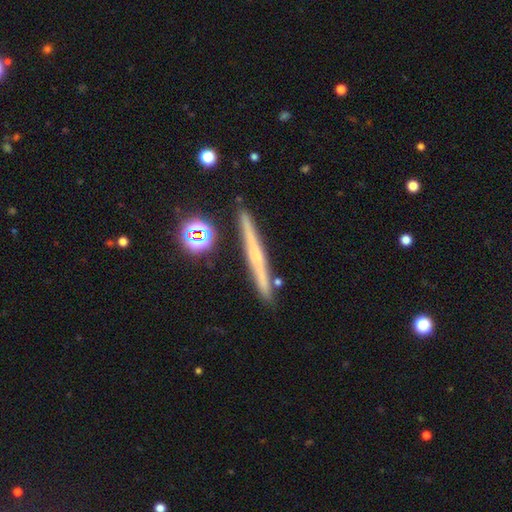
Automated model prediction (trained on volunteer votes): This is likely a featured or disk galaxy (61%). It is clearly viewed edge-on (97%). Edge-on bulge: possibly none (51%). Merging: clearly none (88%).